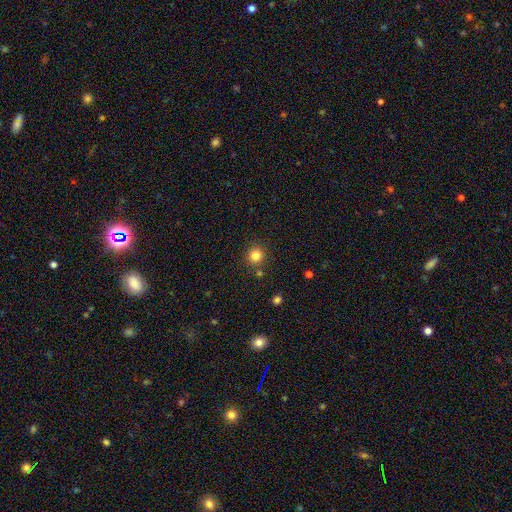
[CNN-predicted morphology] Overall: smooth (82%). How rounded: round (93%). Merging: none (86%).